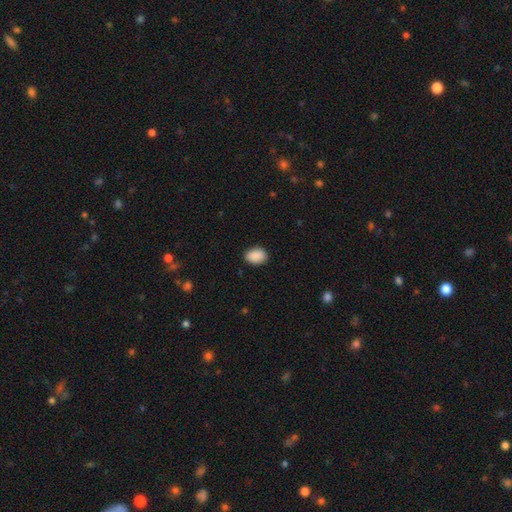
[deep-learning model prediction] Q: Smooth or featured?
A: smooth (90%); runner-up: star or artifact (7%)
Q: How rounded?
A: in between (76%); runner-up: round (23%)
Q: Merging?
A: none (88%); runner-up: minor disturbance (9%)